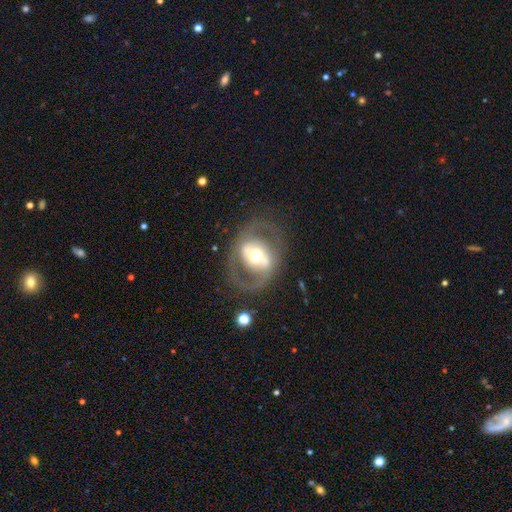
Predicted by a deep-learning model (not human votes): Smooth or featured? featured or disk (71%)
Edge-on disk? no (95%)
Bar? no (38%)
Spiral arms? no (53%)
Bulge size? moderate (64%)
Merging? none (70%)